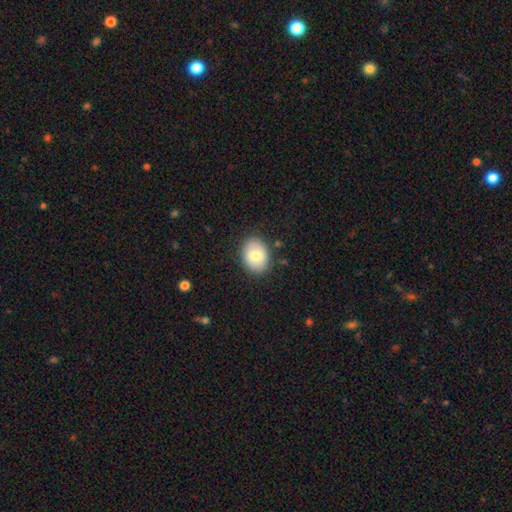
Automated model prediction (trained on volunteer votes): smooth 78%, featured or disk 15%, star or artifact 7%. Down the decision tree: how rounded — in between (67%); merging — none (85%).